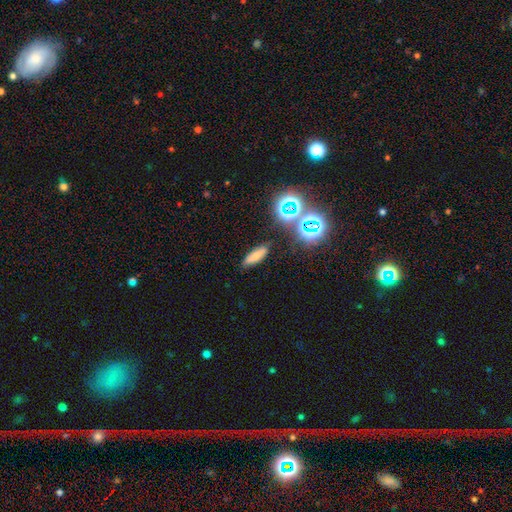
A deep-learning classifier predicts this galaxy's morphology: A smooth galaxy with no disk features (65%) that is in between round and cigar-shaped (49%). Merging: none (85%).